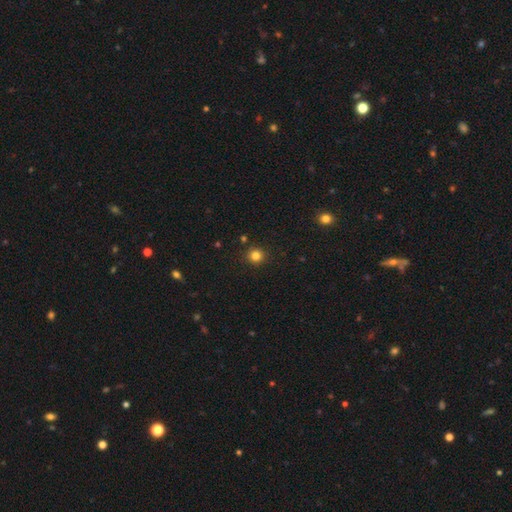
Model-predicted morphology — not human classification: Overall: smooth (82%). How rounded: round (93%). Merging: none (90%).